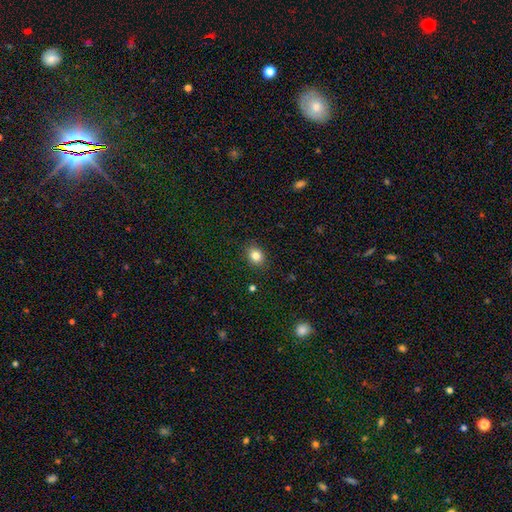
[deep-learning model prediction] Smooth or featured?
  - smooth: 84% *
  - star or artifact: 11%
  - featured or disk: 6%
How rounded?
  - in between: 52% *
  - round: 47%
  - cigar-shaped: 1%
Merging?
  - none: 88% *
  - minor disturbance: 8%
  - major disturbance: 2%
  - merger: 1%